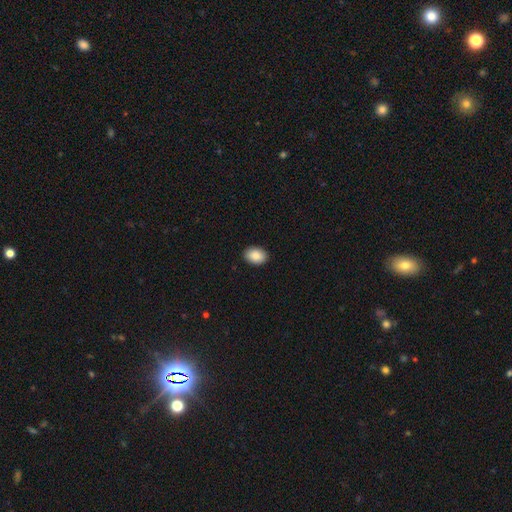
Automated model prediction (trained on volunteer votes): Smooth or featured: smooth — 89% (star or artifact — 7%)
How rounded: in between — 82% (round — 17%)
Merging: none — 91% (minor disturbance — 7%)